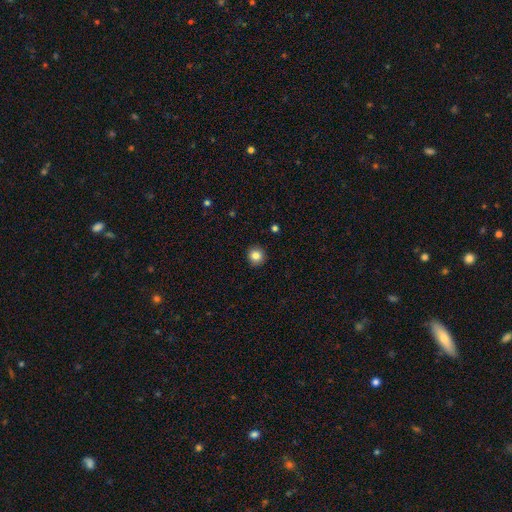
smooth_or_featured: smooth (p=0.95) [alt: featured or disk p=0.05]
how_rounded: round (p=0.97) [alt: in between p=0.03]
merging: none (p=1.00)